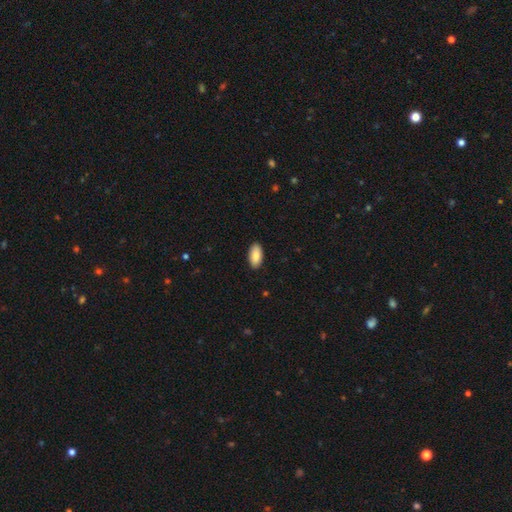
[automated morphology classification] This is clearly a smooth galaxy (88%). How rounded: clearly in between (94%). Merging: clearly none (89%).